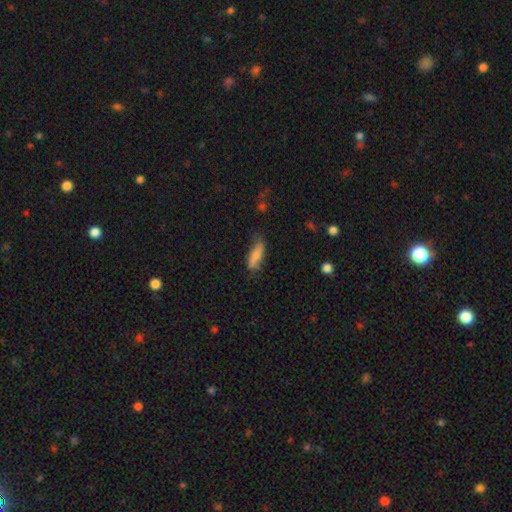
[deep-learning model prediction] smooth_or_featured: smooth (p=0.81) [alt: featured or disk p=0.12]
how_rounded: in between (p=0.58) [alt: cigar-shaped p=0.40]
merging: none (p=0.59) [alt: minor disturbance p=0.30]